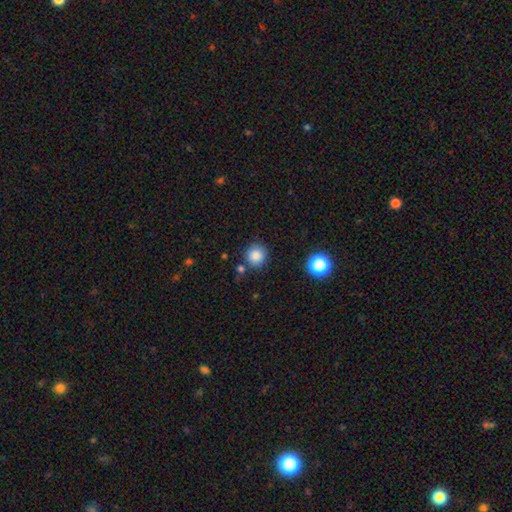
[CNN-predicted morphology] A smooth galaxy with no disk features (84%) that is round (93%).

Vote fractions:
- Smooth or featured? smooth: 84% / star or artifact: 11% / featured or disk: 5%
- How rounded? round: 93% / in between: 6% / cigar-shaped: 1%
- Merging? none: 84% / minor disturbance: 9% / merger: 5% / major disturbance: 3%